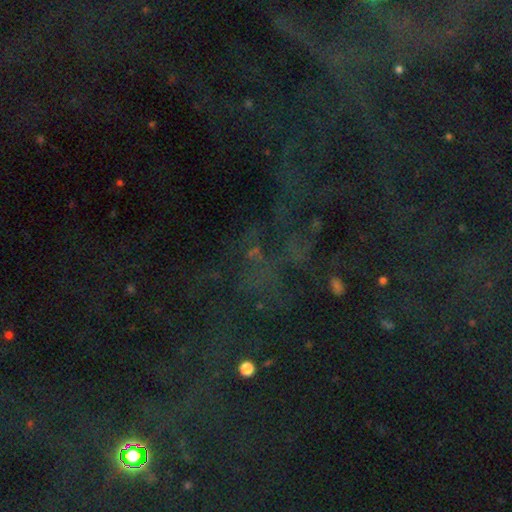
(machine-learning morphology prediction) Overall: star or artifact (61%; smooth 21%).